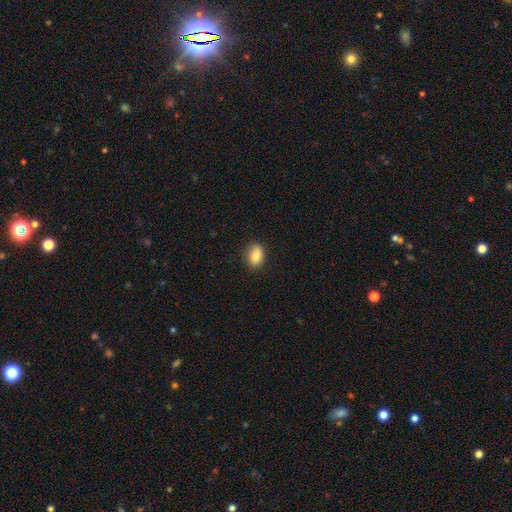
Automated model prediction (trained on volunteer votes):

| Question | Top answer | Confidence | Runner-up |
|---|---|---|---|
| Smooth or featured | smooth | 85% | star or artifact (8%) |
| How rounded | in between | 81% | round (18%) |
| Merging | none | 84% | minor disturbance (13%) |